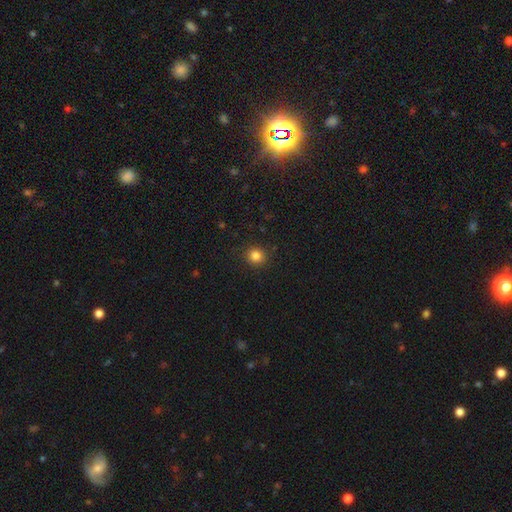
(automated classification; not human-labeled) Q: Smooth or featured?
A: smooth (83%); runner-up: star or artifact (12%)
Q: How rounded?
A: round (88%); runner-up: in between (11%)
Q: Merging?
A: none (90%); runner-up: minor disturbance (7%)